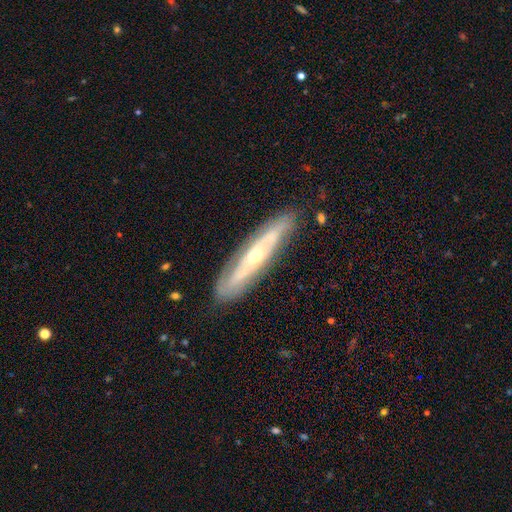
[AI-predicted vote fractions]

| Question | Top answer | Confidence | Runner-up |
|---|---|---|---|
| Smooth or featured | featured or disk | 72% | smooth (21%) |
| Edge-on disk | no | 52% | yes (48%) |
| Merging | none | 83% | minor disturbance (13%) |